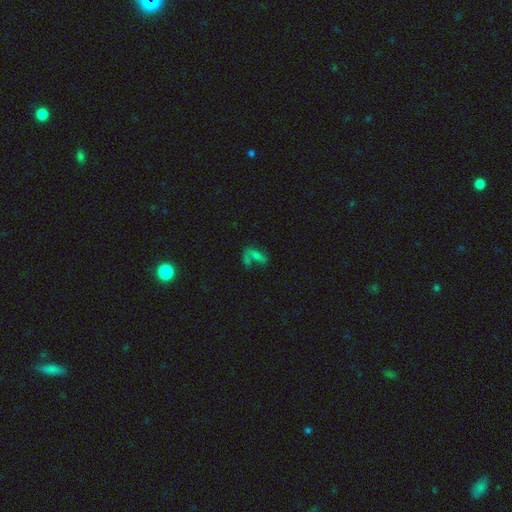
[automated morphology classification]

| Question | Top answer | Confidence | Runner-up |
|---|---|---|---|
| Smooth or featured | featured or disk | 39% | smooth (32%) |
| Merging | none | 35% | major disturbance (28%) |